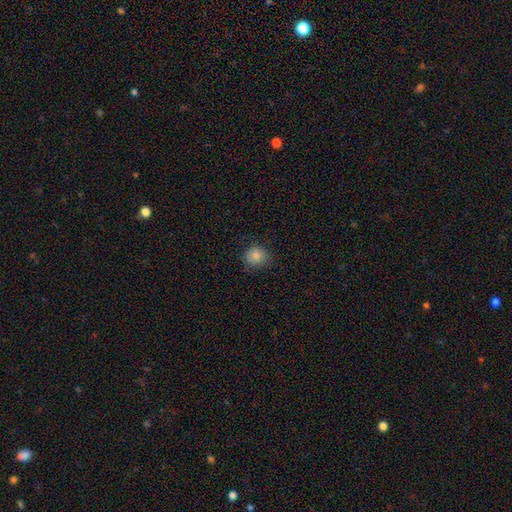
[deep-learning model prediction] Smooth or featured: smooth — 85% (star or artifact — 10%)
How rounded: round — 84% (in between — 16%)
Merging: none — 75% (minor disturbance — 19%)